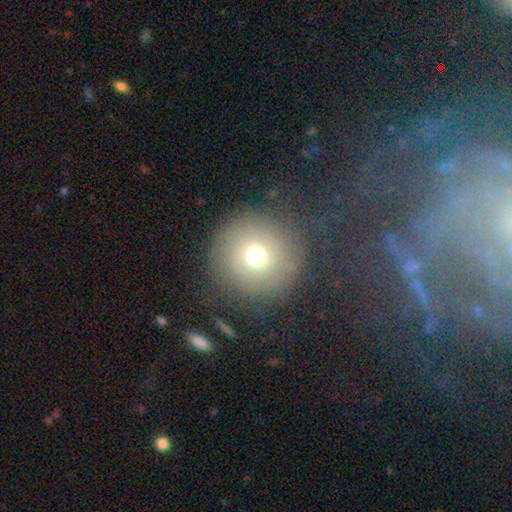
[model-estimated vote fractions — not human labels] smooth 67%, featured or disk 19%, star or artifact 15%. Down the decision tree: how rounded — round (95%); merging — none (73%).